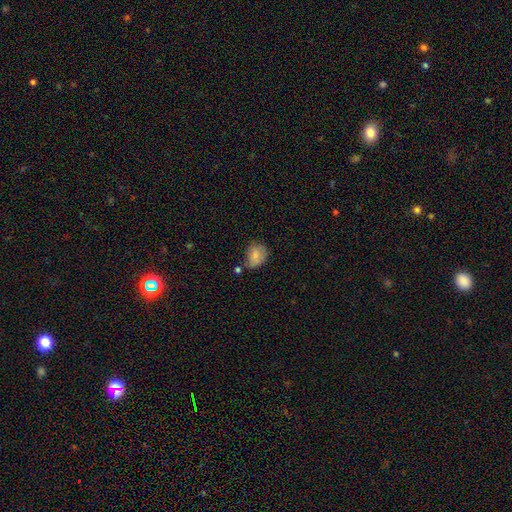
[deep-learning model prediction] smooth_or_featured: smooth (p=0.79) [alt: featured or disk p=0.13]
how_rounded: in between (p=0.58) [alt: round p=0.41]
merging: none (p=0.50) [alt: minor disturbance p=0.31]